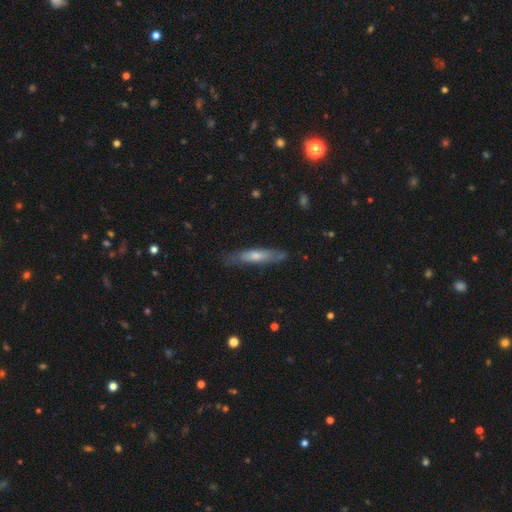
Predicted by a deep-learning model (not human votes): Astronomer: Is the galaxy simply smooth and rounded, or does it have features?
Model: smooth — 48% (runner-up: featured or disk, 45%).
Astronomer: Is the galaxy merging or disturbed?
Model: none — 76%.